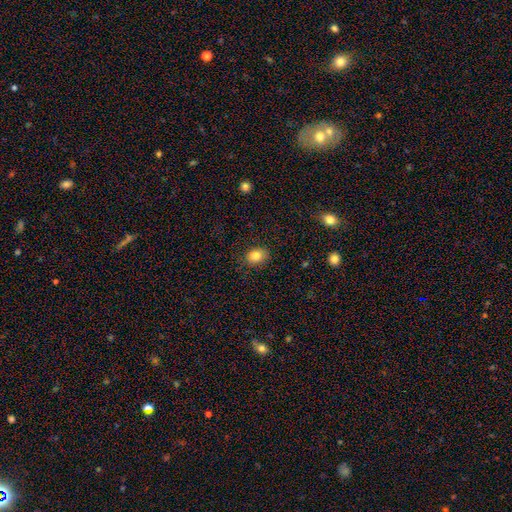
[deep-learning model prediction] The model was most divided on "how rounded": in between: 54%, round: 45%, cigar-shaped: 1%. More confident: merging — none (84%); smooth or featured — smooth (82%).